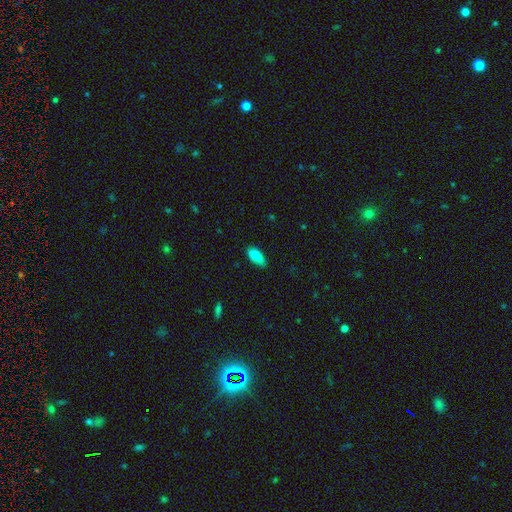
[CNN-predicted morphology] Smooth or featured: smooth — 88% (star or artifact — 7%)
How rounded: in between — 88% (cigar-shaped — 10%)
Merging: none — 74% (minor disturbance — 22%)